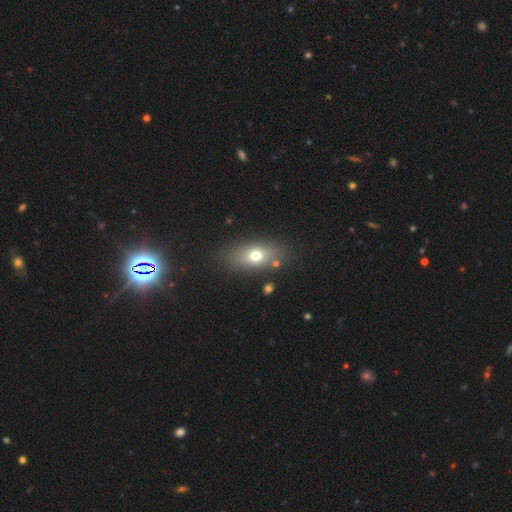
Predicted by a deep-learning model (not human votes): Q: Smooth or featured?
A: smooth (70%); runner-up: featured or disk (18%)
Q: How rounded?
A: in between (78%); runner-up: round (14%)
Q: Merging?
A: none (81%); runner-up: minor disturbance (11%)